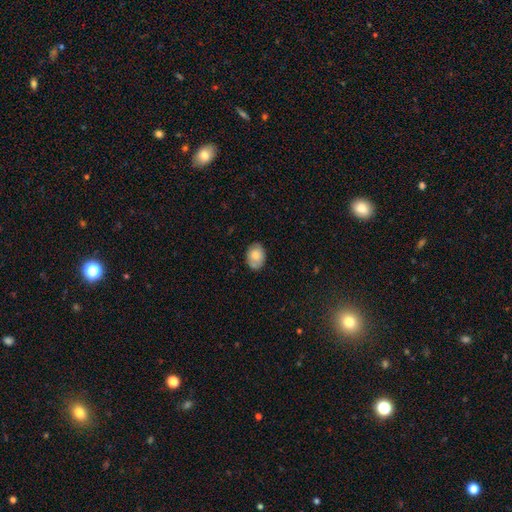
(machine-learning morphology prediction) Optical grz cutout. It shows a smooth galaxy with no disk features (75%) that is in between round and cigar-shaped (68%). Merging: none (78%).